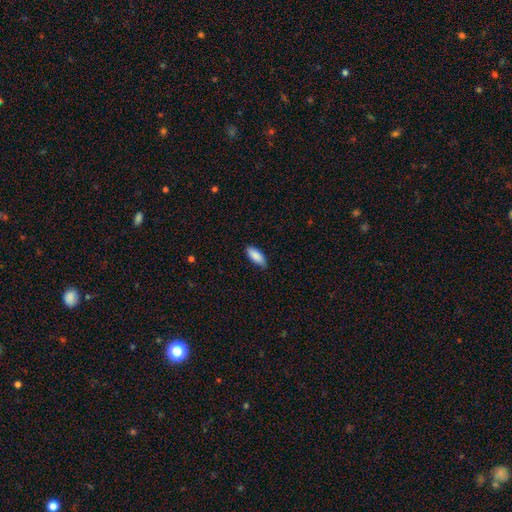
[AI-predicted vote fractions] Smooth or featured: smooth — 89% (star or artifact — 6%)
How rounded: in between — 82% (cigar-shaped — 17%)
Merging: none — 81% (minor disturbance — 16%)